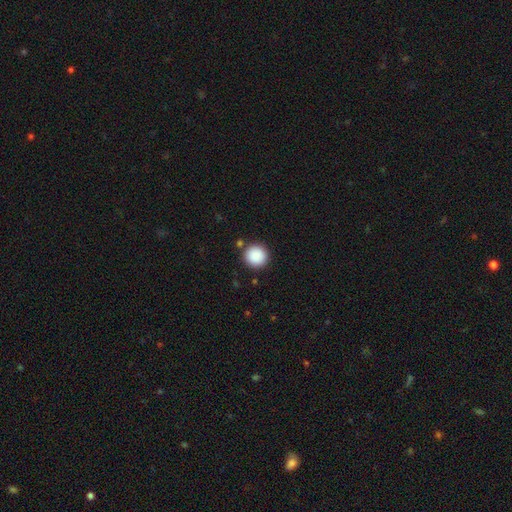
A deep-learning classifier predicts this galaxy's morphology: A smooth galaxy with no disk features (89%) that is round (95%).

Vote fractions:
- Smooth or featured? smooth: 89% / star or artifact: 8% / featured or disk: 3%
- How rounded? round: 95% / in between: 4% / cigar-shaped: 1%
- Merging? none: 88% / minor disturbance: 7% / merger: 3% / major disturbance: 2%